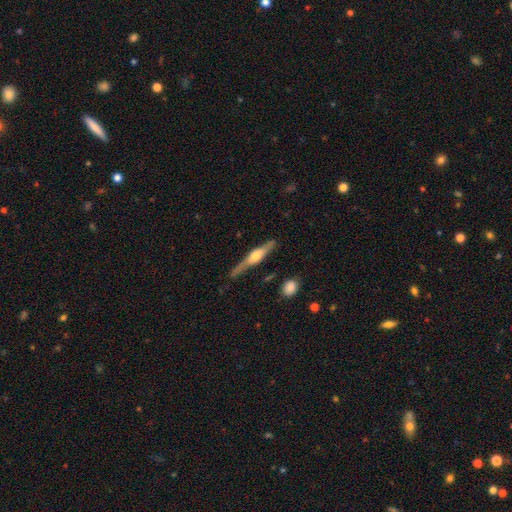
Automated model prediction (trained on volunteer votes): Smooth or featured? Predicted: featured or disk (p=0.70). Edge-on disk? Predicted: yes (p=0.96). Edge-on bulge? Predicted: rounded (p=0.85). Merging? Predicted: none (p=0.79).